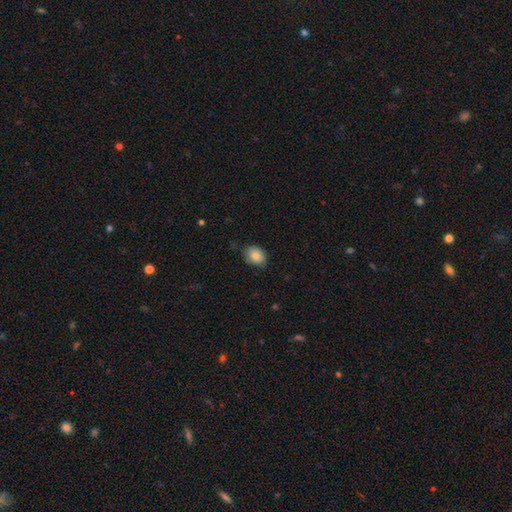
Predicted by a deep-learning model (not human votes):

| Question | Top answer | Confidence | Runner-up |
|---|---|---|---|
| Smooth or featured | smooth | 84% | star or artifact (8%) |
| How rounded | in between | 64% | round (35%) |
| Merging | none | 76% | minor disturbance (20%) |